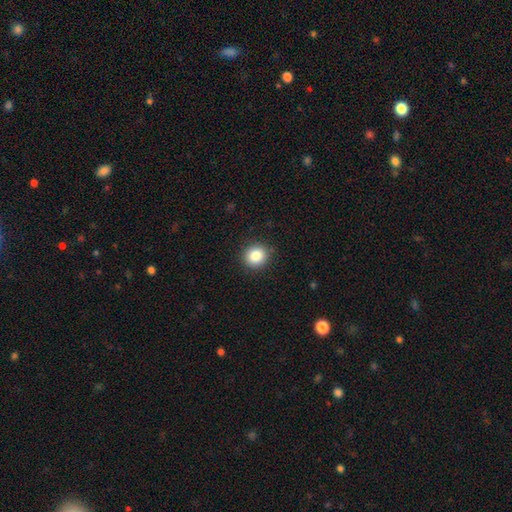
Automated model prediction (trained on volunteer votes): This appears to be a smooth galaxy with no disk features (85%) that is round (88%). Merging: none (90%).